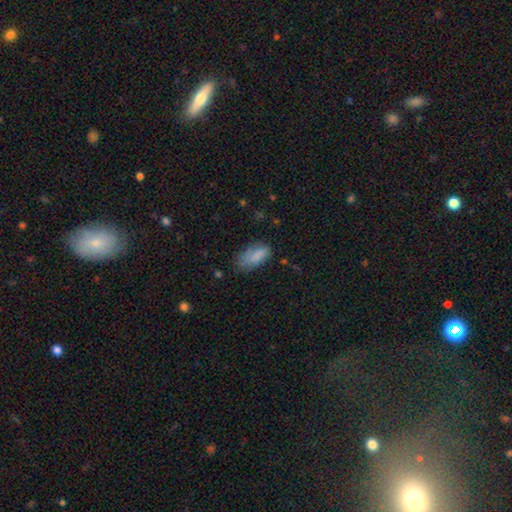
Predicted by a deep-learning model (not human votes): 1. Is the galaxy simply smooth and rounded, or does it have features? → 81% smooth, 10% featured or disk, 8% star or artifact.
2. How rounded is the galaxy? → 88% in between, 9% cigar-shaped, 3% round.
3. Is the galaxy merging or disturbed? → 54% none, 31% minor disturbance, 12% major disturbance, 3% merger.